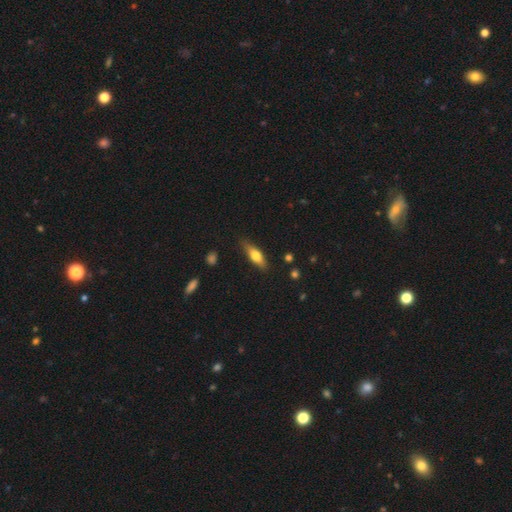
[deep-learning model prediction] Smooth or featured?
  - smooth: 59% *
  - featured or disk: 35%
  - star or artifact: 6%
How rounded?
  - cigar-shaped: 53% *
  - in between: 44%
  - round: 3%
Merging?
  - none: 82% *
  - minor disturbance: 14%
  - major disturbance: 3%
  - merger: 2%